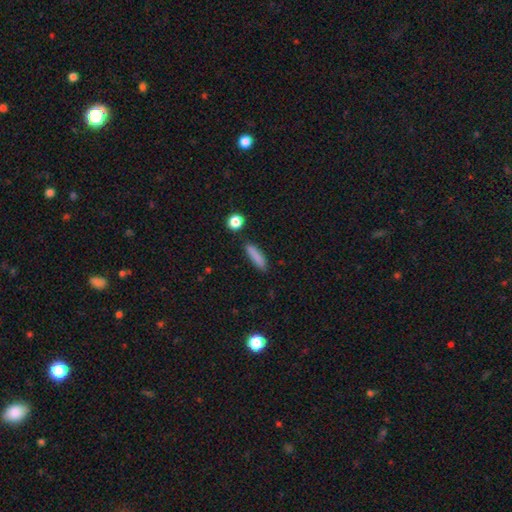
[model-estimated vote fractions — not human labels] smooth 84%, star or artifact 8%, featured or disk 8%. Down the decision tree: how rounded — cigar-shaped (73%); merging — none (81%).